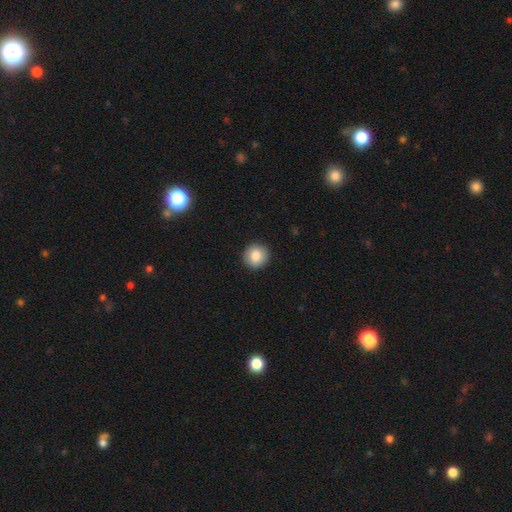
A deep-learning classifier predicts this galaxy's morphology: Q: Smooth or featured?
A: smooth (86%); runner-up: star or artifact (8%)
Q: How rounded?
A: round (93%); runner-up: in between (6%)
Q: Merging?
A: none (92%); runner-up: minor disturbance (5%)